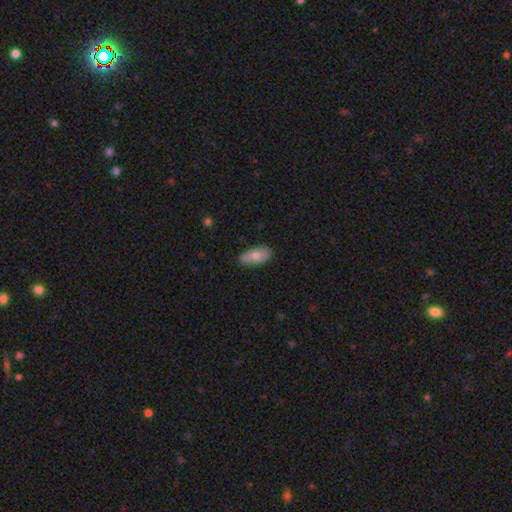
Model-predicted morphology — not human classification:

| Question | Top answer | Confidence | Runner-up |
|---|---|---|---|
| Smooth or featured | smooth | 68% | featured or disk (26%) |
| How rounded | in between | 90% | cigar-shaped (6%) |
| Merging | none | 83% | minor disturbance (14%) |